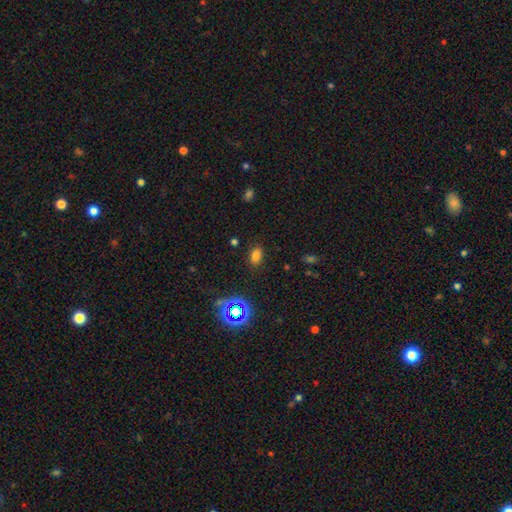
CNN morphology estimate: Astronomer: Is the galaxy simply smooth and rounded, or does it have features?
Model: smooth — 73%.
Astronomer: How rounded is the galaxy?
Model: in between — 83%.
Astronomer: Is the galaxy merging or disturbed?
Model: none — 84%.